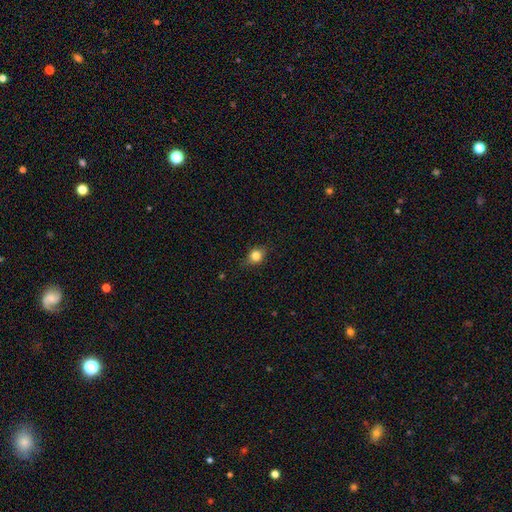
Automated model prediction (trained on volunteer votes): Smooth or featured?
  - smooth: 80% *
  - star or artifact: 11%
  - featured or disk: 9%
How rounded?
  - round: 59% *
  - in between: 39%
  - cigar-shaped: 2%
Merging?
  - none: 79% *
  - minor disturbance: 17%
  - major disturbance: 3%
  - merger: 1%